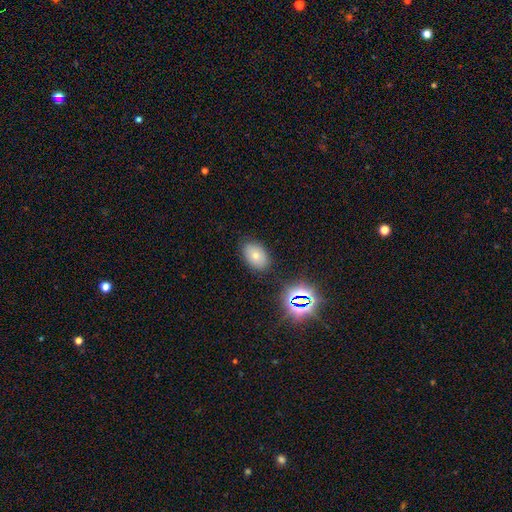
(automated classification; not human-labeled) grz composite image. It shows a smooth galaxy with no disk features (71%) that is in between round and cigar-shaped (84%). Merging: none (84%).